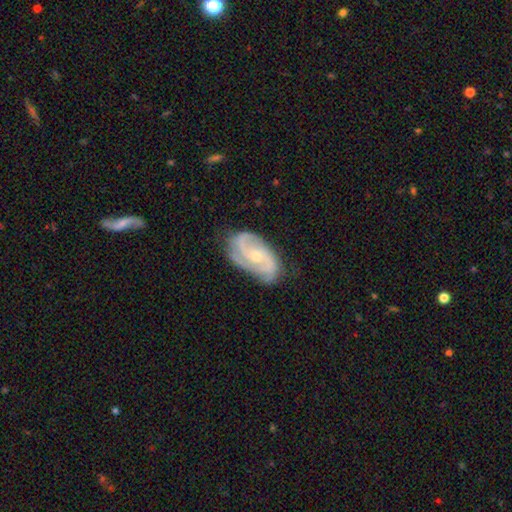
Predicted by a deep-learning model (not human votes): Smooth or featured?
  - featured or disk: 86% *
  - smooth: 9%
  - star or artifact: 5%
Edge-on disk?
  - no: 97% *
  - yes: 3%
Bar?
  - no: 61% *
  - weak: 31%
  - strong: 8%
Spiral arms?
  - yes: 97% *
  - no: 3%
Spiral winding?
  - medium: 45% *
  - tight: 43%
  - loose: 12%
Spiral arm count?
  - 2: 51% *
  - 3: 31%
  - can't tell: 9%
  - 4: 4%
  - 1: 3%
  - more than 4: 3%
Bulge size?
  - small: 57% *
  - moderate: 40%
  - none: 2%
  - large: 1%
  - dominant: 1%
Merging?
  - none: 72% *
  - minor disturbance: 21%
  - major disturbance: 5%
  - merger: 1%